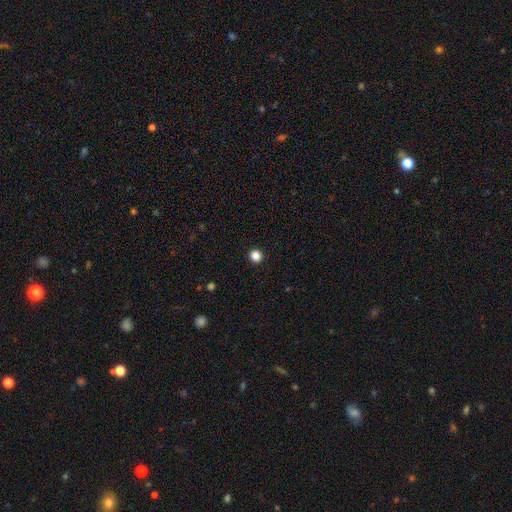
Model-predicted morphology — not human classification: Overall: smooth (86%). How rounded: round (92%). Merging: none (93%).